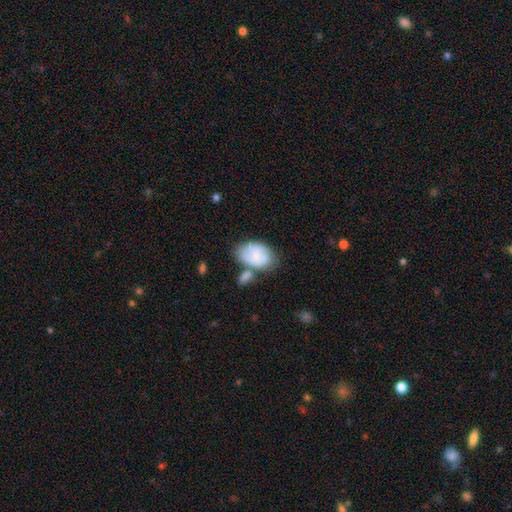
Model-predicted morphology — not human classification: A smooth galaxy with no disk features (65%) that is in between round and cigar-shaped (85%). Merging: none (42%).